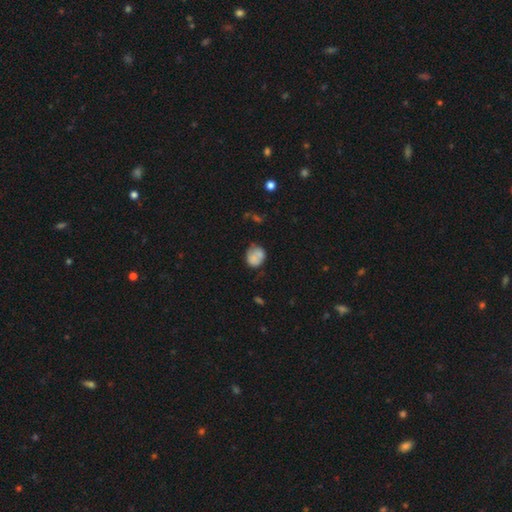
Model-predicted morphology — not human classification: This is likely a smooth galaxy (70%). How rounded: likely round (65%). Merging: possibly none (45%).